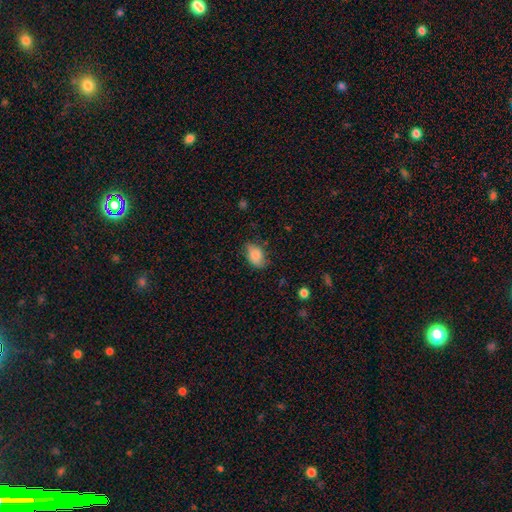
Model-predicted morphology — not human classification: smooth 81%, featured or disk 12%, star or artifact 8%. Down the decision tree: how rounded — in between (87%); merging — none (69%).